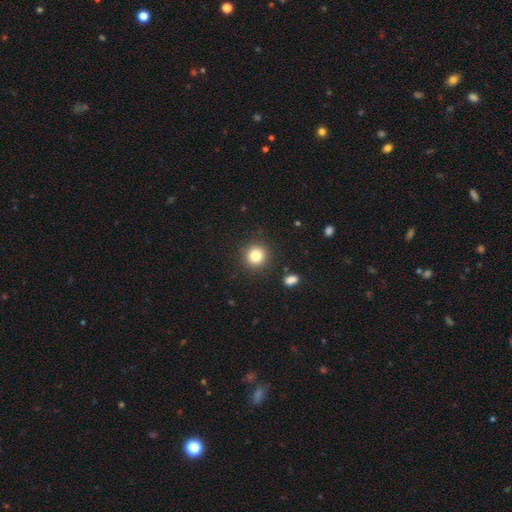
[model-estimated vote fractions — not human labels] A smooth galaxy with no disk features (81%) that is round (91%). Merging: none (90%).